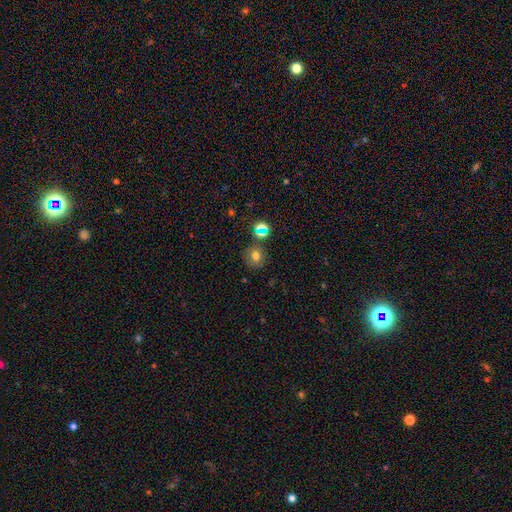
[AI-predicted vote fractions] The model was most divided on "smooth or featured": smooth: 68%, star or artifact: 20%, featured or disk: 12%. More confident: how rounded — round (84%); merging — none (77%).